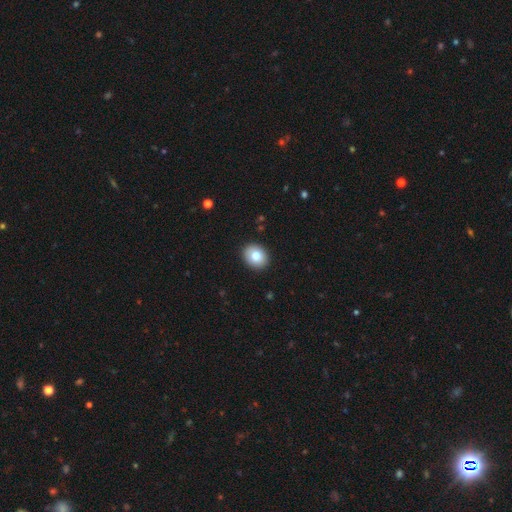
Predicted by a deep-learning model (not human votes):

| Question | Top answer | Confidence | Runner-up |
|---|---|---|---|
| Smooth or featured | smooth | 84% | featured or disk (8%) |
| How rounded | round | 50% | in between (49%) |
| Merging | none | 91% | minor disturbance (7%) |